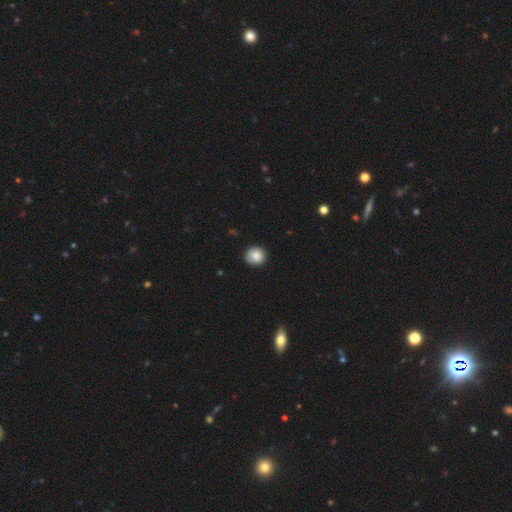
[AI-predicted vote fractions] smooth 85%, star or artifact 8%, featured or disk 6%. Down the decision tree: how rounded — round (81%); merging — none (84%).